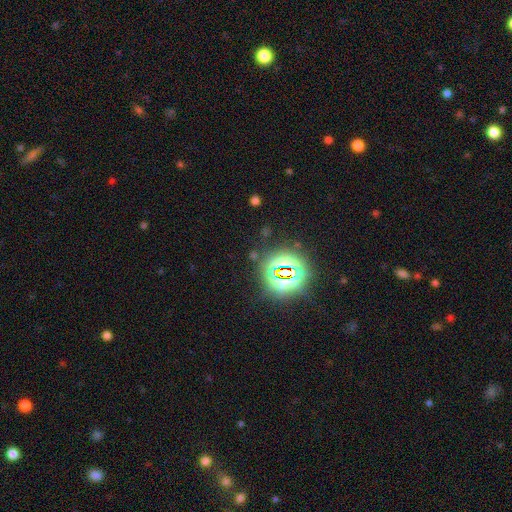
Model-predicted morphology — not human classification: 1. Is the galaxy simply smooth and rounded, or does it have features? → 77% star or artifact, 15% smooth, 8% featured or disk.